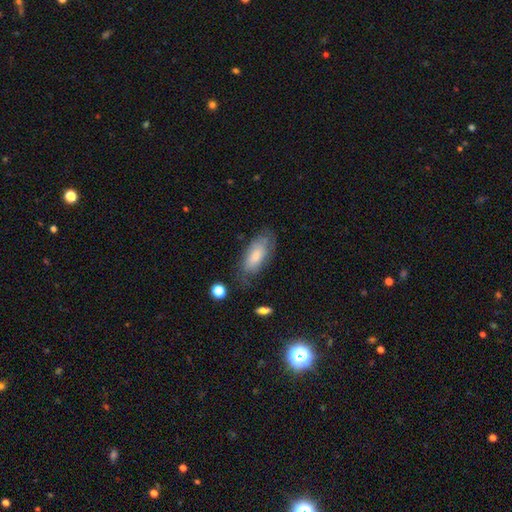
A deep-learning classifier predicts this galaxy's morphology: type=smooth (69%); roundness=in between (86%); merging=none (64%).